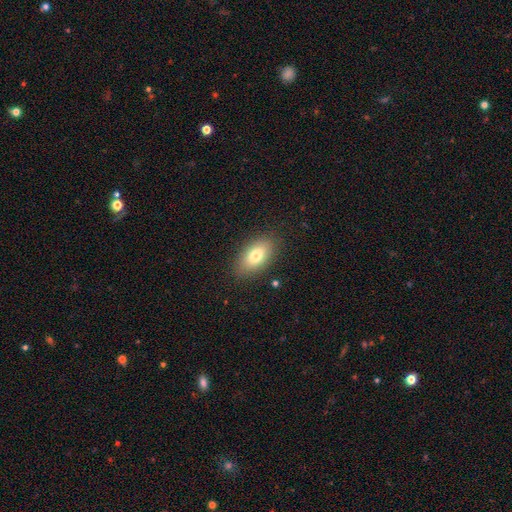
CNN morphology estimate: Smooth or featured?
  - smooth: 77% *
  - featured or disk: 15%
  - star or artifact: 8%
How rounded?
  - in between: 91% *
  - round: 5%
  - cigar-shaped: 4%
Merging?
  - none: 86% *
  - minor disturbance: 10%
  - major disturbance: 3%
  - merger: 1%